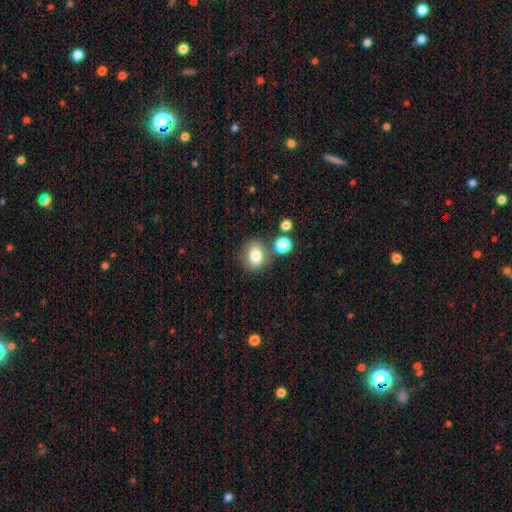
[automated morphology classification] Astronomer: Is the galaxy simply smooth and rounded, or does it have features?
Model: smooth — 78%.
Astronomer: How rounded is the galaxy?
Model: in between — 50% (runner-up: round, 48%).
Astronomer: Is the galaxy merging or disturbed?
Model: none — 69%.